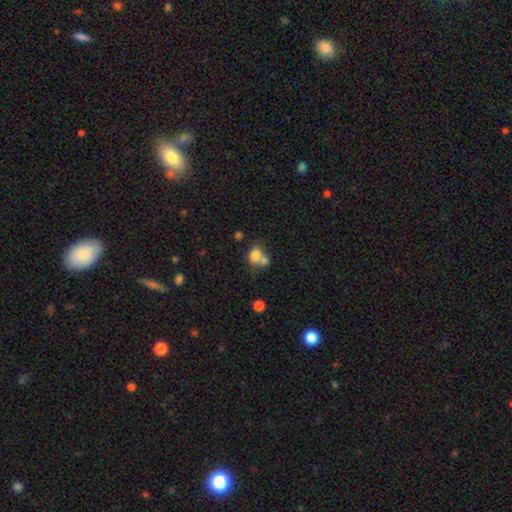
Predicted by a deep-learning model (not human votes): This is likely a smooth galaxy (77%). How rounded: likely round (63%). Merging: possibly merger (49%).